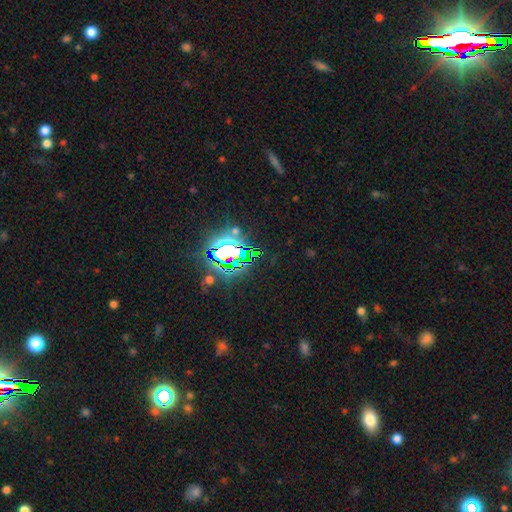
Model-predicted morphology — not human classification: Smooth or featured: star or artifact — 81% (smooth — 12%)